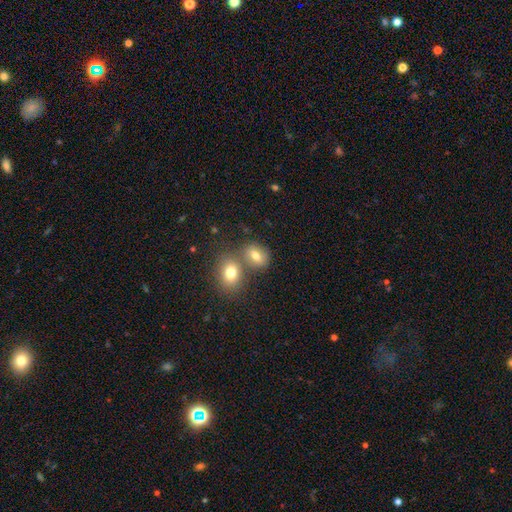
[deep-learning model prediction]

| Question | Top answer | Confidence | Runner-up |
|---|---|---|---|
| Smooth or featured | smooth | 73% | featured or disk (15%) |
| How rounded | in between | 65% | round (34%) |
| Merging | none | 52% | merger (33%) |